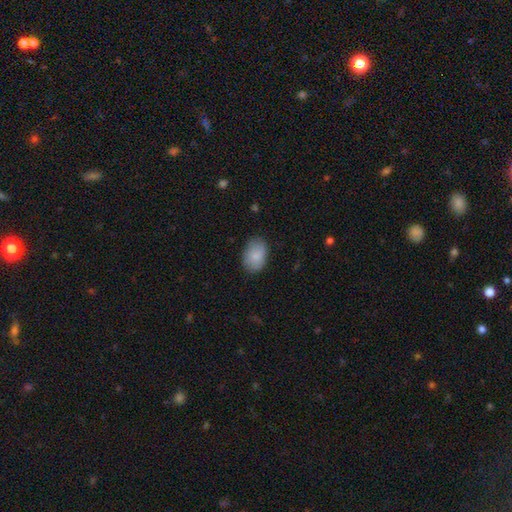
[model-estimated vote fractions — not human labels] Smooth or featured? smooth (85%)
How rounded? in between (86%)
Merging? none (81%)